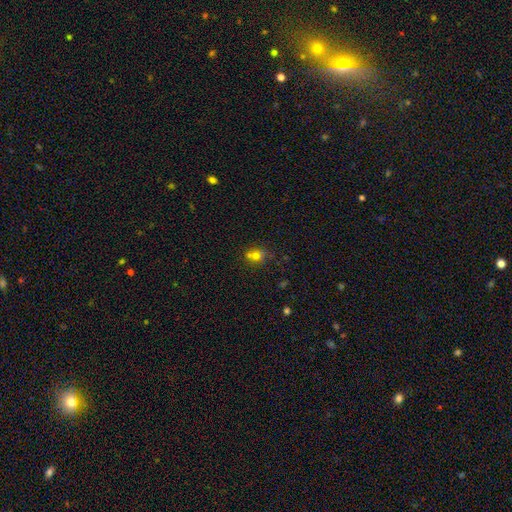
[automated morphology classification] smooth-or-featured: smooth: 63% | star or artifact: 20% | featured or disk: 17%
  how-rounded: round: 70% | in between: 29% | cigar-shaped: 1%
  merging: none: 55% | merger: 28% | minor disturbance: 12% | major disturbance: 5%